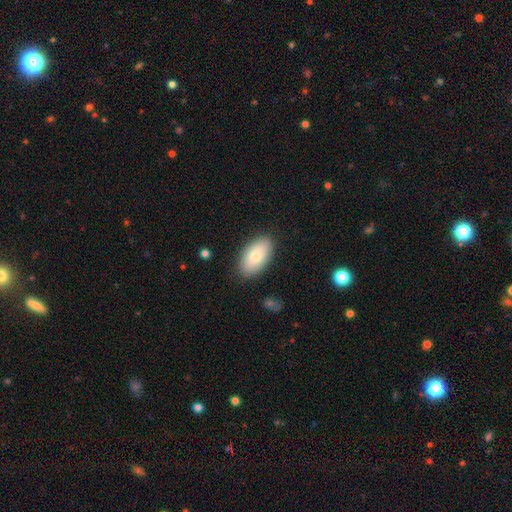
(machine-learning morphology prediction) The model was most divided on "smooth or featured": smooth: 77%, featured or disk: 17%, star or artifact: 6%. More confident: how rounded — in between (94%); merging — none (85%).